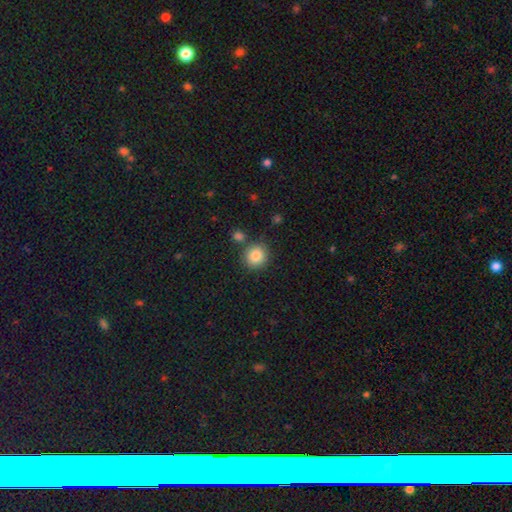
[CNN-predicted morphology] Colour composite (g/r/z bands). It shows a smooth galaxy with no disk features (86%) that is round (87%). Merging: none (78%).